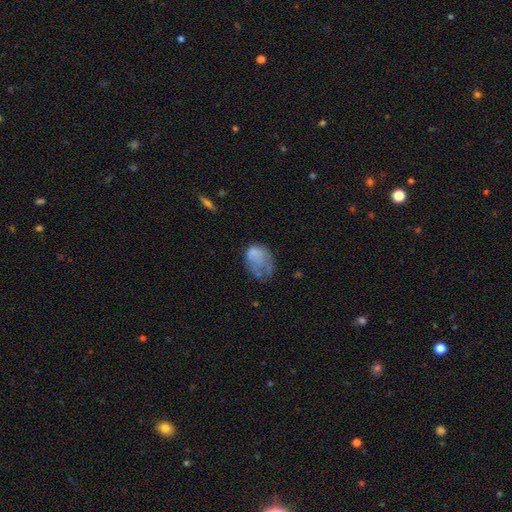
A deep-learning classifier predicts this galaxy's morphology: Smooth or featured?
  - smooth: 65% *
  - featured or disk: 25%
  - star or artifact: 10%
How rounded?
  - in between: 73% *
  - round: 26%
  - cigar-shaped: 1%
Merging?
  - major disturbance: 36% *
  - minor disturbance: 30%
  - none: 29%
  - merger: 5%